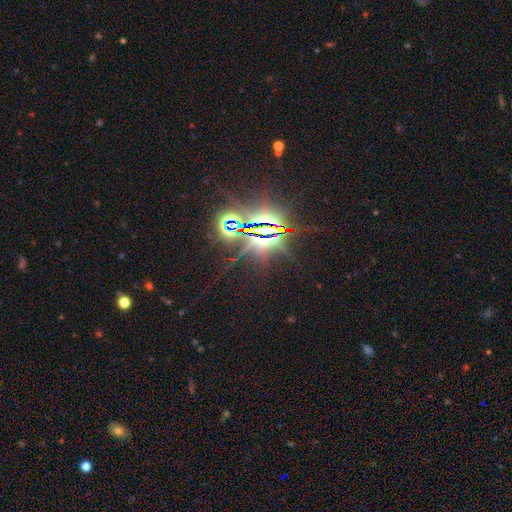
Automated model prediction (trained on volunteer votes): This is clearly a star or artifact rather than a galaxy (84%).